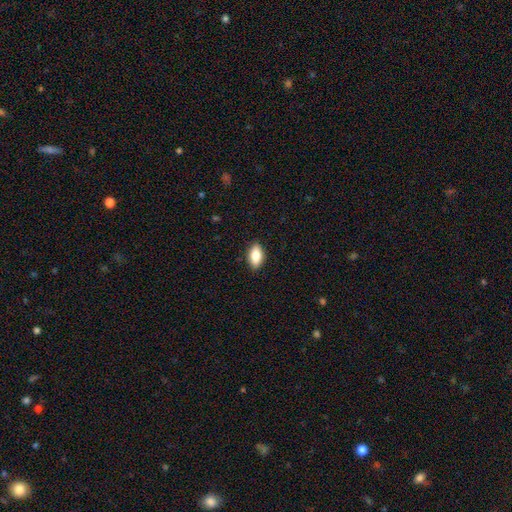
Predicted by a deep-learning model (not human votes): This appears to be a smooth galaxy with no disk features (83%) that is in between round and cigar-shaped (91%). Merging: none (89%).